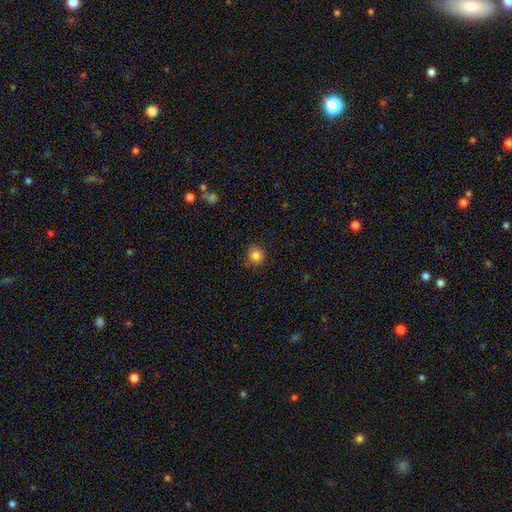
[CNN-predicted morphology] Smooth or featured?
  - smooth: 84% *
  - star or artifact: 11%
  - featured or disk: 5%
How rounded?
  - round: 88% *
  - in between: 11%
  - cigar-shaped: 1%
Merging?
  - none: 85% *
  - minor disturbance: 11%
  - major disturbance: 2%
  - merger: 1%